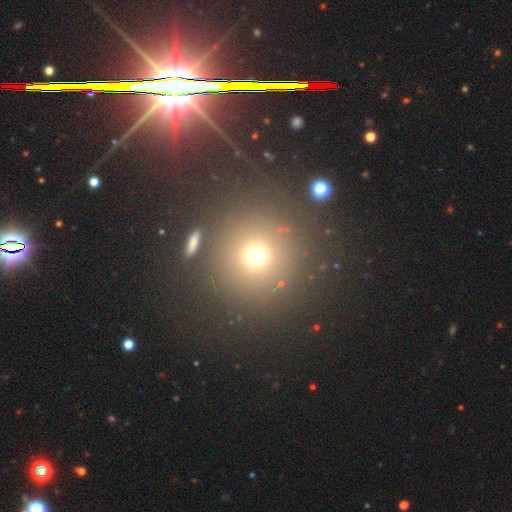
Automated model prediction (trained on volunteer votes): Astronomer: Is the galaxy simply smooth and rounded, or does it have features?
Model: smooth — 69%.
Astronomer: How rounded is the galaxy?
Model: round — 94%.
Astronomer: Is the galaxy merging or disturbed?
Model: none — 81%.